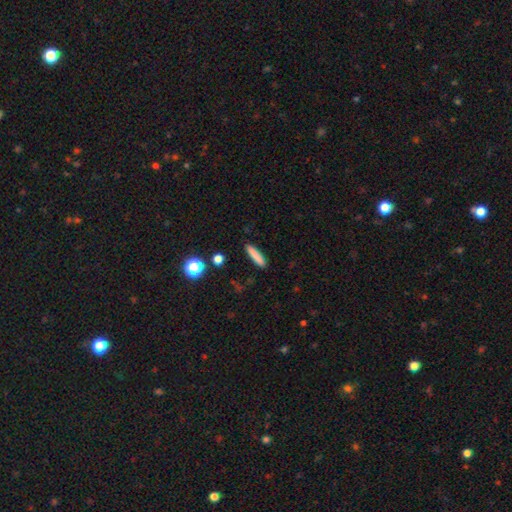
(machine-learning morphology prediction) Smooth or featured? smooth (83%)
How rounded? cigar-shaped (84%)
Merging? none (89%)